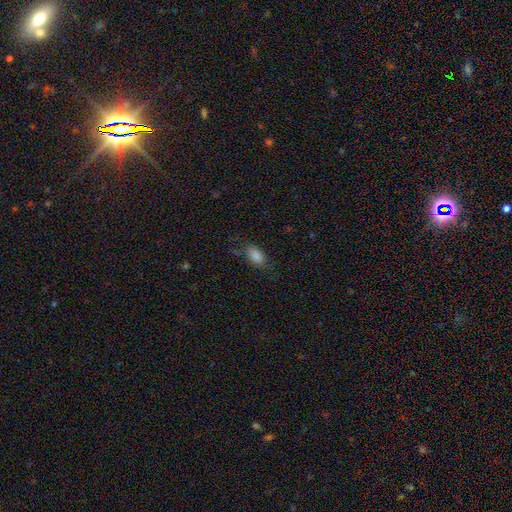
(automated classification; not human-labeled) A smooth galaxy with no disk features (82%) that is in between round and cigar-shaped (89%). Merging: none (72%).